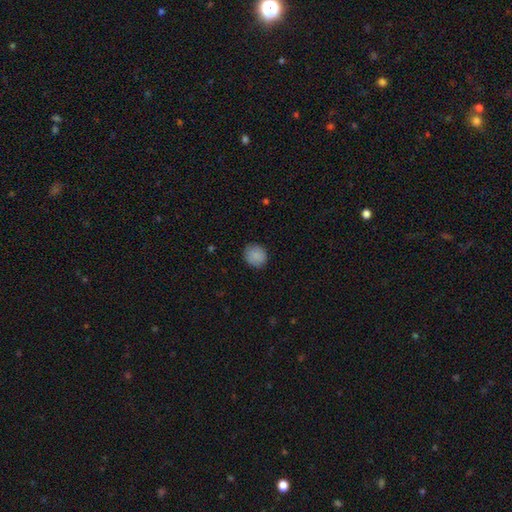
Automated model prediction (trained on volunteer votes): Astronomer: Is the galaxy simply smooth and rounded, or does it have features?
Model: smooth — 87%.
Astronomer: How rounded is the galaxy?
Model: round — 85%.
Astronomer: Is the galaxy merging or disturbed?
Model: none — 87%.